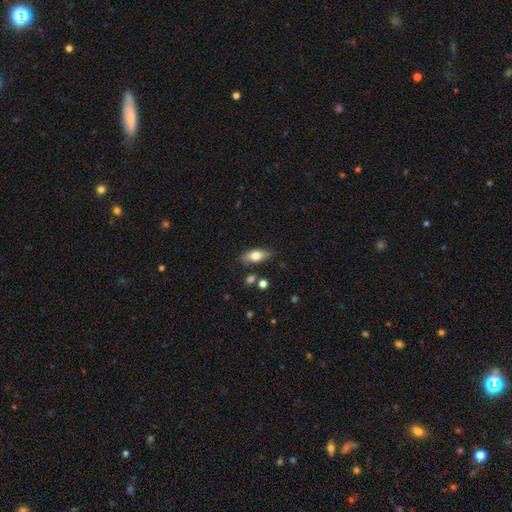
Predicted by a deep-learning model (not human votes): Smooth or featured? smooth (72%)
How rounded? in between (81%)
Merging? none (80%)